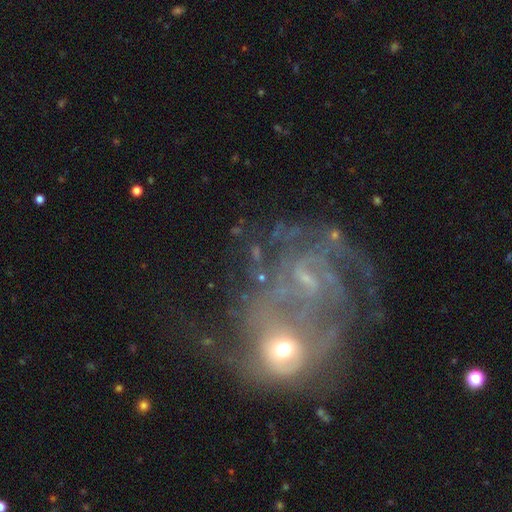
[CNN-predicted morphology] Smooth or featured?
  - featured or disk: 74% *
  - star or artifact: 14%
  - smooth: 12%
Edge-on disk?
  - no: 97% *
  - yes: 3%
Bar?
  - no: 52% *
  - weak: 33%
  - strong: 14%
Spiral arms?
  - yes: 77% *
  - no: 23%
Spiral winding?
  - tight: 42% *
  - medium: 37%
  - loose: 20%
Spiral arm count?
  - can't tell: 43% *
  - 2: 21%
  - 3: 14%
  - 4: 8%
  - 1: 7%
  - more than 4: 7%
Bulge size?
  - small: 56% *
  - moderate: 24%
  - none: 15%
  - large: 3%
  - dominant: 2%
Merging?
  - merger: 44% *
  - none: 25%
  - major disturbance: 20%
  - minor disturbance: 11%